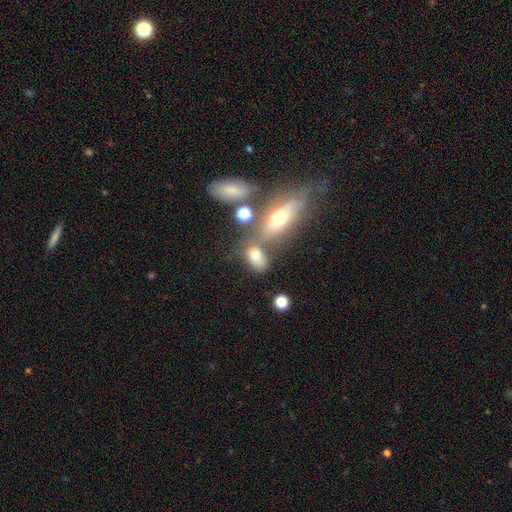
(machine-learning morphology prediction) Q: Smooth or featured?
A: smooth (70%); runner-up: featured or disk (15%)
Q: How rounded?
A: in between (78%); runner-up: round (17%)
Q: Merging?
A: none (47%); runner-up: merger (30%)